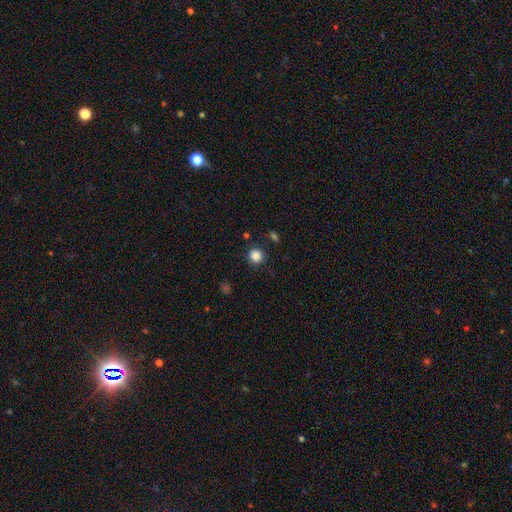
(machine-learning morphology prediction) A smooth galaxy with no disk features (85%) that is round (90%). Merging: none (87%).